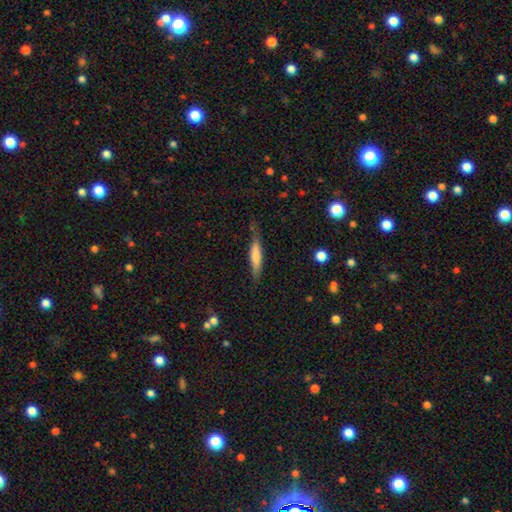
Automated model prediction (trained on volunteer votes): The model was most divided on "smooth or featured": smooth: 63%, featured or disk: 30%, star or artifact: 6%. More confident: how rounded — cigar-shaped (83%); merging — none (72%).